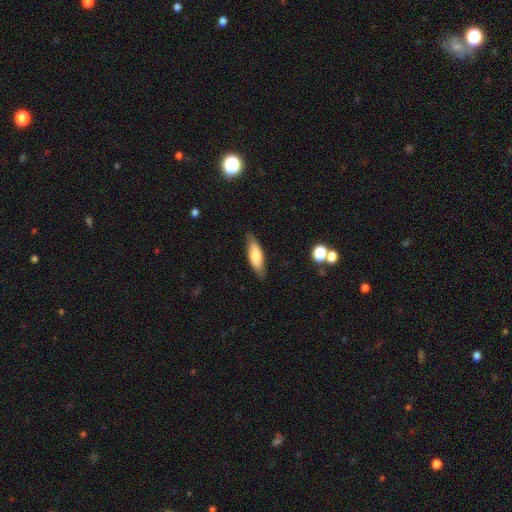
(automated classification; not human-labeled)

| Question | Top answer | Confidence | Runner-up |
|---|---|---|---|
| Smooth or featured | smooth | 74% | featured or disk (20%) |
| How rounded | in between | 55% | cigar-shaped (43%) |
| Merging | none | 81% | minor disturbance (15%) |